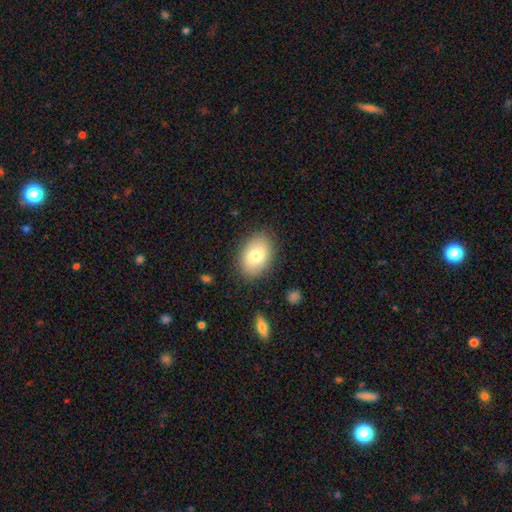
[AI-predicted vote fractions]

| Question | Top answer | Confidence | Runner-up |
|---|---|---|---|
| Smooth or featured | smooth | 78% | featured or disk (14%) |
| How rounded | in between | 86% | round (13%) |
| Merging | none | 85% | minor disturbance (11%) |